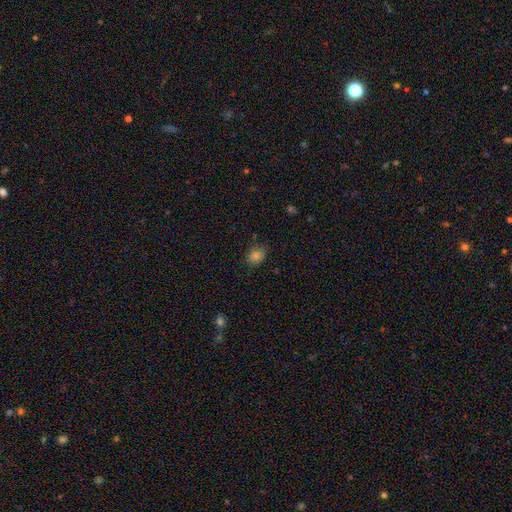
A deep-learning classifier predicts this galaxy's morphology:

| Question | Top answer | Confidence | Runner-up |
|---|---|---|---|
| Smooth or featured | smooth | 78% | star or artifact (15%) |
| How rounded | round | 58% | in between (41%) |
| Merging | none | 77% | minor disturbance (18%) |